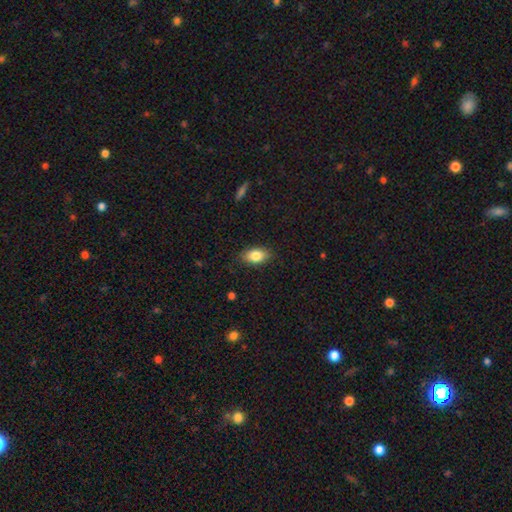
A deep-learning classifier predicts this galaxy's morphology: type=smooth (81%); roundness=in between (88%); merging=none (85%).